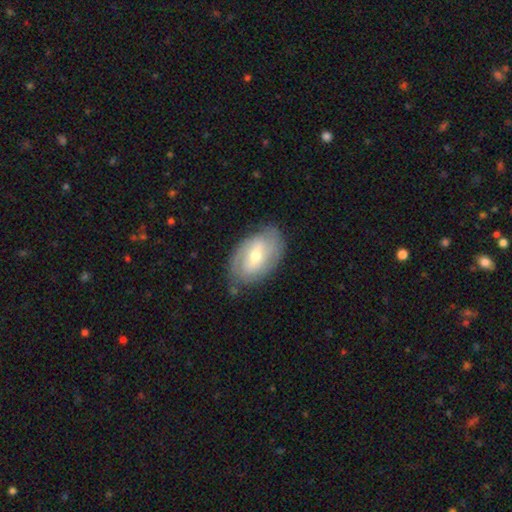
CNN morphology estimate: featured or disk 72%, smooth 23%, star or artifact 6%. Down the decision tree: edge-on disk — no (94%); bar — weak (47%); spiral arms — yes (84%); spiral arm count — 2 (54%); spiral winding — tight (57%); bulge size — moderate (61%); merging — none (76%).